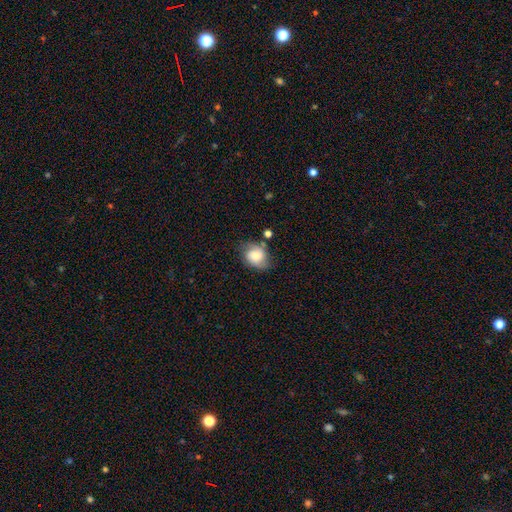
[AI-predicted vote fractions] A smooth galaxy with no disk features (64%) that is round (50%).

Vote fractions:
- Smooth or featured? smooth: 64% / featured or disk: 27% / star or artifact: 9%
- How rounded? round: 50% / in between: 49% / cigar-shaped: 1%
- Merging? none: 58% / minor disturbance: 27% / major disturbance: 9% / merger: 7%